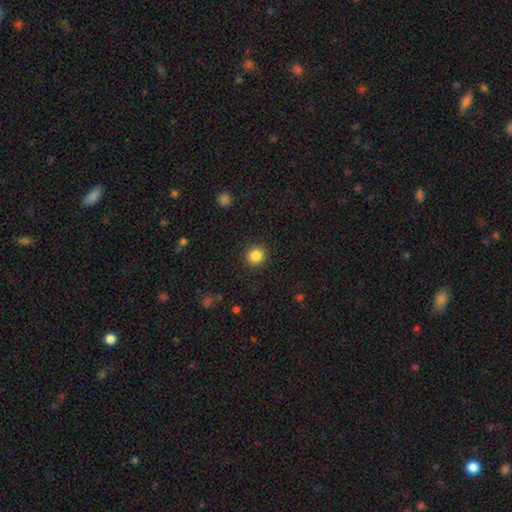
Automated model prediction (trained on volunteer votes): The model was most divided on "smooth or featured": smooth: 86%, star or artifact: 10%, featured or disk: 4%. More confident: merging — none (90%); how rounded — round (88%).